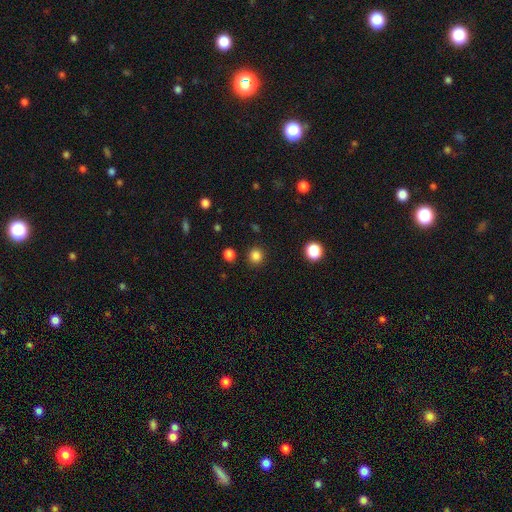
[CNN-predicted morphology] The model was most divided on "smooth or featured": smooth: 83%, star or artifact: 13%, featured or disk: 3%. More confident: how rounded — round (92%); merging — none (90%).